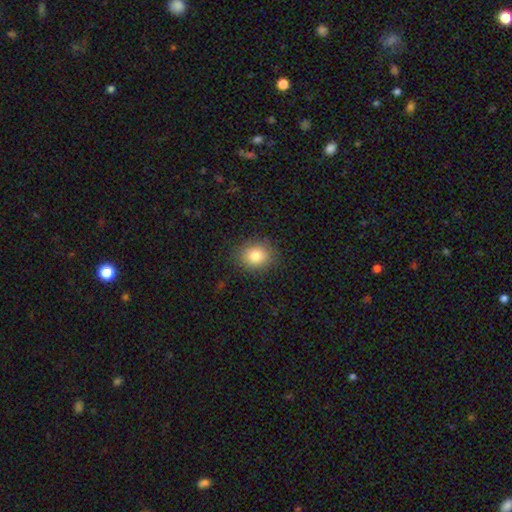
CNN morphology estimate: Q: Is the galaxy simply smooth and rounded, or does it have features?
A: smooth — 81%.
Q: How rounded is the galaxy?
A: round — 62%.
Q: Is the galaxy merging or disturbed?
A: none — 87%.